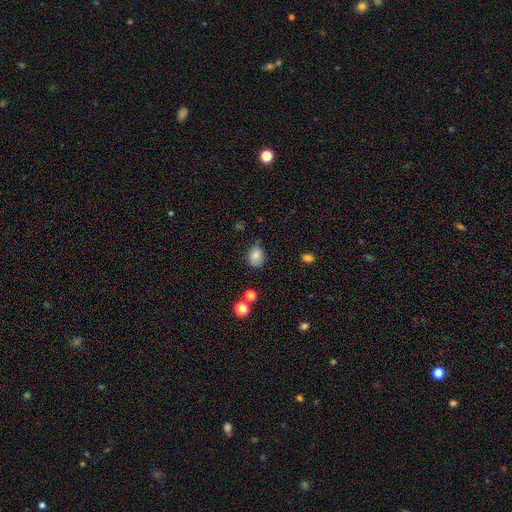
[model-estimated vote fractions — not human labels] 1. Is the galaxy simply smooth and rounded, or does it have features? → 82% smooth, 10% star or artifact, 8% featured or disk.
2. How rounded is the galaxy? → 53% in between, 46% round, 1% cigar-shaped.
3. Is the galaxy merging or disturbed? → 64% none, 28% minor disturbance, 5% major disturbance, 3% merger.